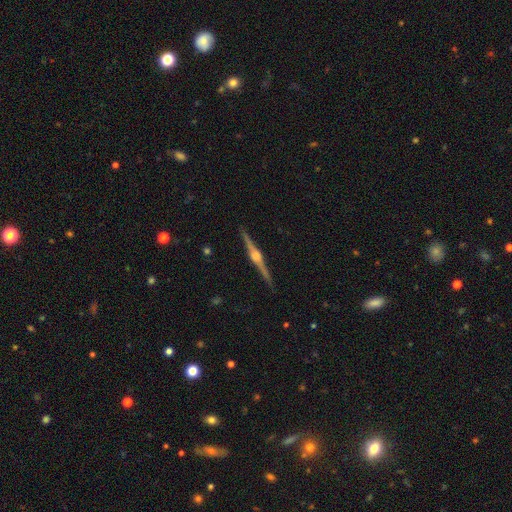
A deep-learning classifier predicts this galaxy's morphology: Smooth or featured? featured or disk (88%)
Edge-on disk? yes (99%)
Edge-on bulge? rounded (89%)
Merging? none (92%)